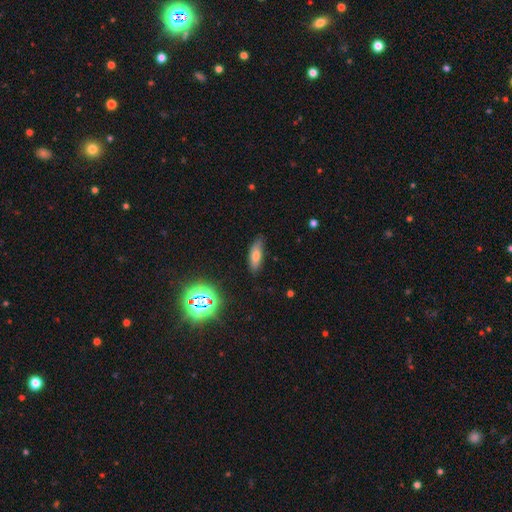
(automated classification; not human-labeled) smooth-or-featured: smooth: 67% | featured or disk: 19% | star or artifact: 14%
  how-rounded: in between: 60% | cigar-shaped: 36% | round: 4%
  merging: none: 77% | minor disturbance: 18% | major disturbance: 3% | merger: 2%